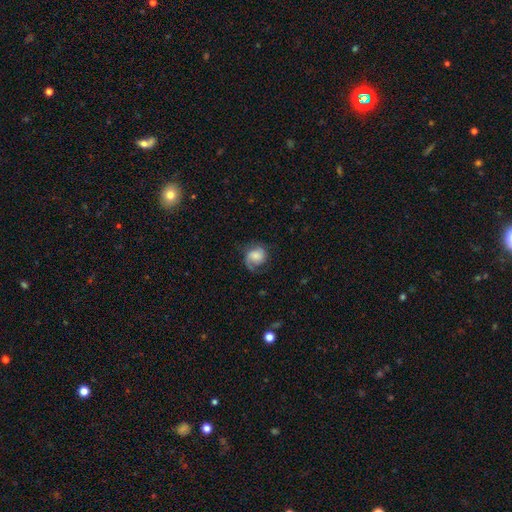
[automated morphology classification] This is possibly a smooth galaxy (47%). Merging: possibly none (56%).